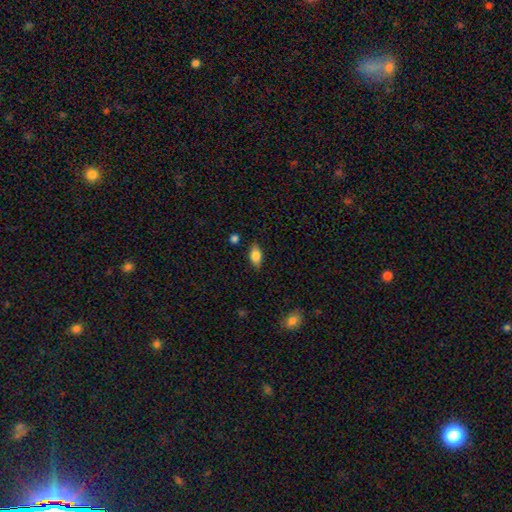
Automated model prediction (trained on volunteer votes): smooth-or-featured: smooth: 78% | featured or disk: 14% | star or artifact: 7%
  how-rounded: in between: 87% | cigar-shaped: 8% | round: 5%
  merging: none: 84% | minor disturbance: 11% | major disturbance: 3% | merger: 2%